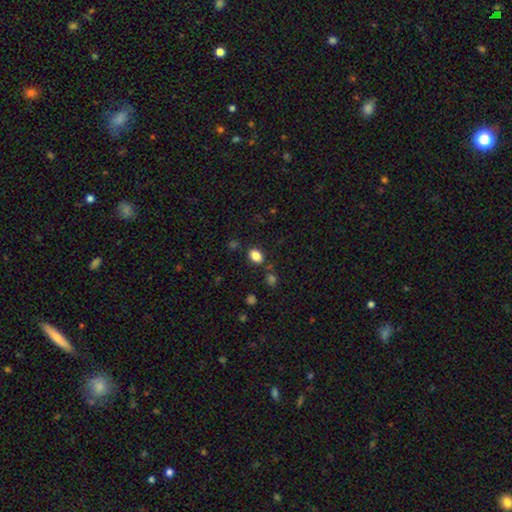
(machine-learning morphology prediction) Q: Smooth or featured?
A: smooth (85%); runner-up: star or artifact (11%)
Q: How rounded?
A: in between (74%); runner-up: round (25%)
Q: Merging?
A: none (81%); runner-up: minor disturbance (11%)